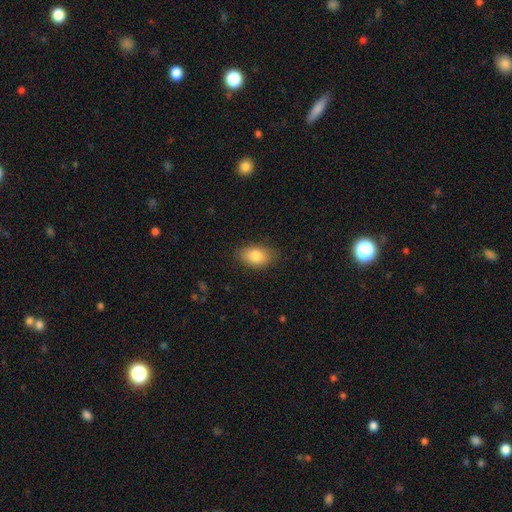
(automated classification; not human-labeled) Morphology: type=smooth (84%); roundness=in between (88%); merging=none (84%).